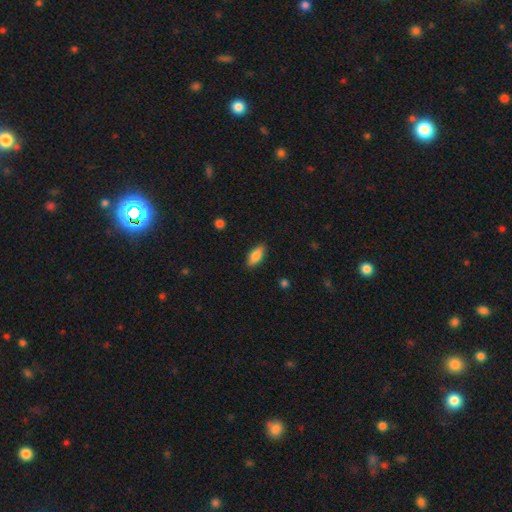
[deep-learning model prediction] smooth-or-featured: smooth: 82% | featured or disk: 11% | star or artifact: 7%
  how-rounded: in between: 81% | cigar-shaped: 16% | round: 3%
  merging: none: 87% | minor disturbance: 10% | major disturbance: 2% | merger: 1%